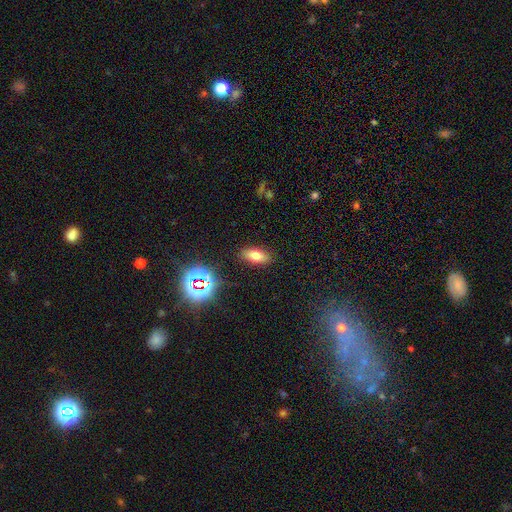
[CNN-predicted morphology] This is likely a smooth galaxy (71%). How rounded: clearly in between (82%). Merging: clearly none (87%).